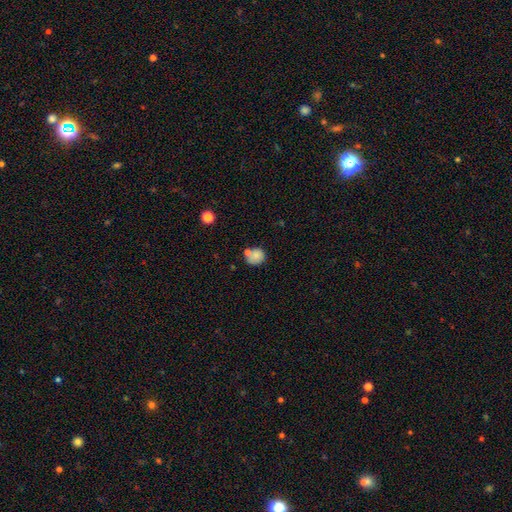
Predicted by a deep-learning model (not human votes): Q: Smooth or featured?
A: smooth (80%); runner-up: featured or disk (10%)
Q: How rounded?
A: round (79%); runner-up: in between (20%)
Q: Merging?
A: none (57%); runner-up: merger (20%)